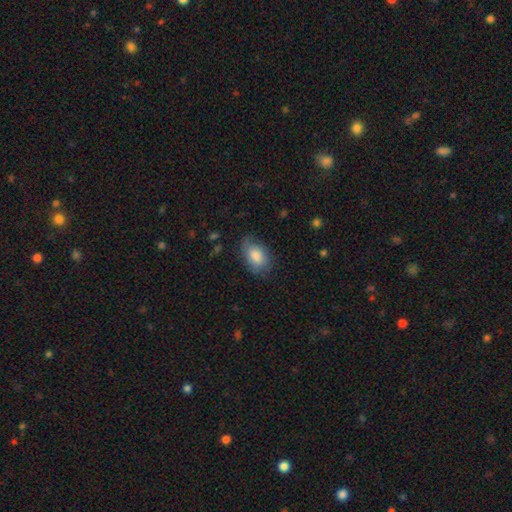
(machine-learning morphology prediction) smooth_or_featured: smooth (p=0.82) [alt: featured or disk p=0.11]
how_rounded: in between (p=0.89) [alt: round p=0.10]
merging: none (p=0.71) [alt: minor disturbance p=0.22]